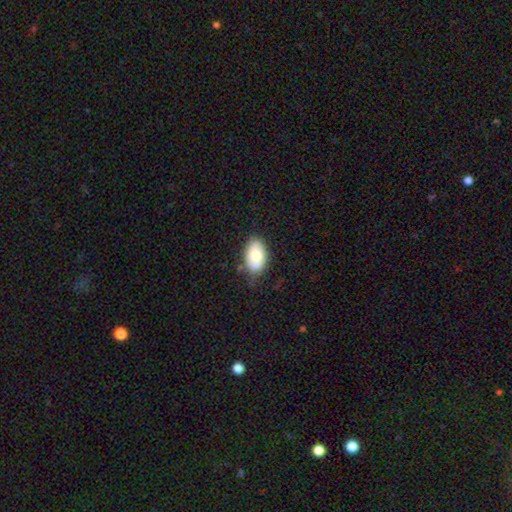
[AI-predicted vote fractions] Smooth or featured? Predicted: smooth (p=0.74). How rounded? Predicted: in between (p=0.92). Merging? Predicted: none (p=0.74).